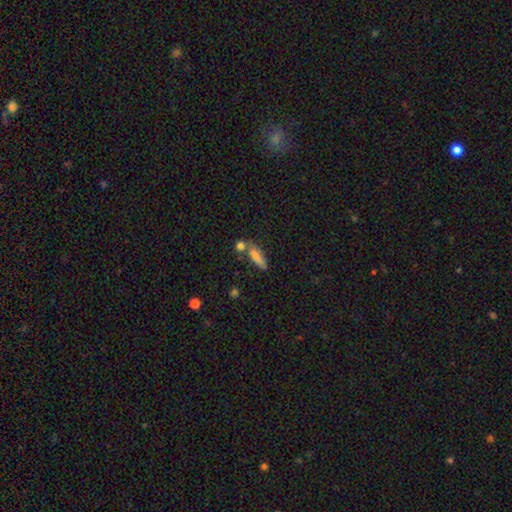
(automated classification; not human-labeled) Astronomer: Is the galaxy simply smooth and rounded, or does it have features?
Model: smooth — 76%.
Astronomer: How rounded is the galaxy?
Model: cigar-shaped — 55% (runner-up: in between, 41%).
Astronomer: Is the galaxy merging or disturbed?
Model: none — 56%.